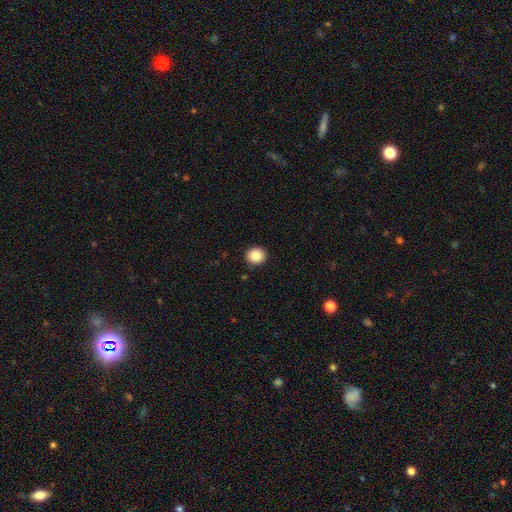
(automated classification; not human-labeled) Q: Smooth or featured?
A: smooth (86%); runner-up: star or artifact (10%)
Q: How rounded?
A: round (90%); runner-up: in between (9%)
Q: Merging?
A: none (92%); runner-up: minor disturbance (5%)